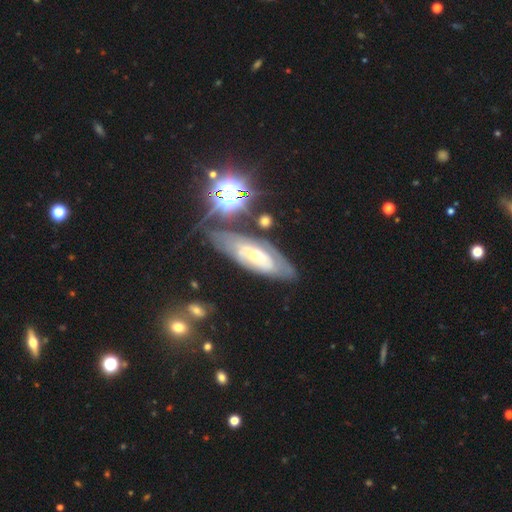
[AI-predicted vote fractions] featured or disk 69%, smooth 21%, star or artifact 10%. Down the decision tree: edge-on disk — no (84%); bar — no (56%); spiral arms — yes (73%); bulge size — moderate (54%); merging — none (63%).